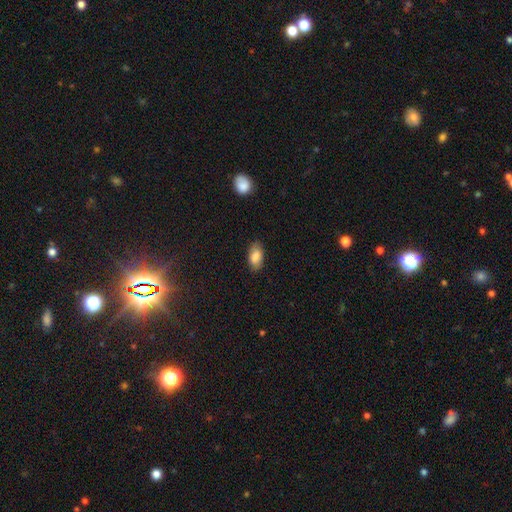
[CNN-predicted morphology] A smooth galaxy with no disk features (84%) that is in between round and cigar-shaped (92%). Merging: none (83%).